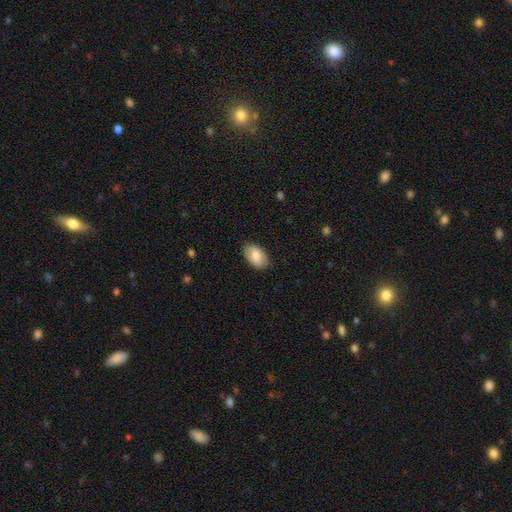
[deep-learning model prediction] smooth_or_featured: smooth (p=0.74) [alt: featured or disk p=0.19]
how_rounded: in between (p=0.92) [alt: round p=0.06]
merging: none (p=0.84) [alt: minor disturbance p=0.13]